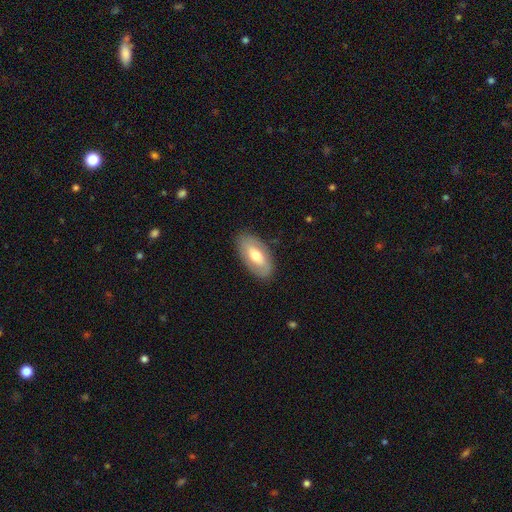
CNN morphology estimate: Q: Smooth or featured?
A: smooth (54%); runner-up: featured or disk (41%)
Q: How rounded?
A: in between (92%); runner-up: cigar-shaped (5%)
Q: Merging?
A: none (84%); runner-up: minor disturbance (12%)